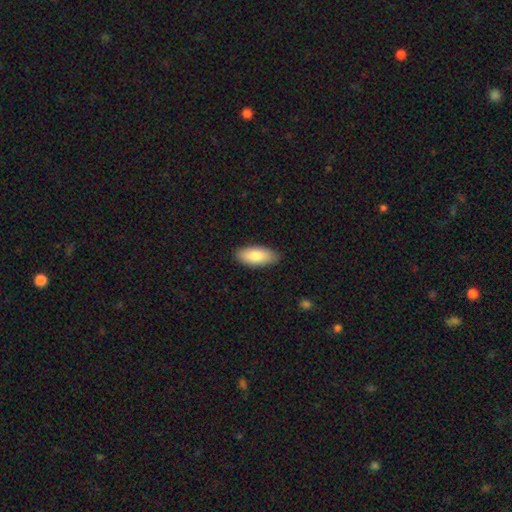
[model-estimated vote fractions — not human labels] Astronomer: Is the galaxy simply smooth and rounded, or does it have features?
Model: smooth — 85%.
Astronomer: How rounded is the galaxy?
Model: in between — 86%.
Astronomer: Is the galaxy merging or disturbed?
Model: none — 87%.